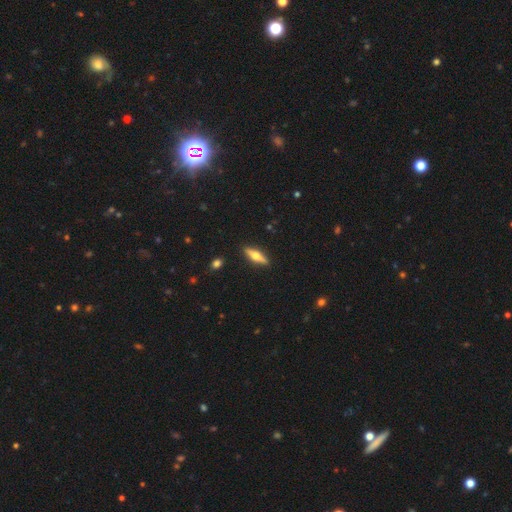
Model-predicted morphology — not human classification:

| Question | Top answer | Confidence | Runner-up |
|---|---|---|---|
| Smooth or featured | featured or disk | 55% | smooth (39%) |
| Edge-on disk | yes | 94% | no (6%) |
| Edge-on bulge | rounded | 94% | boxy (3%) |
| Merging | none | 90% | minor disturbance (7%) |